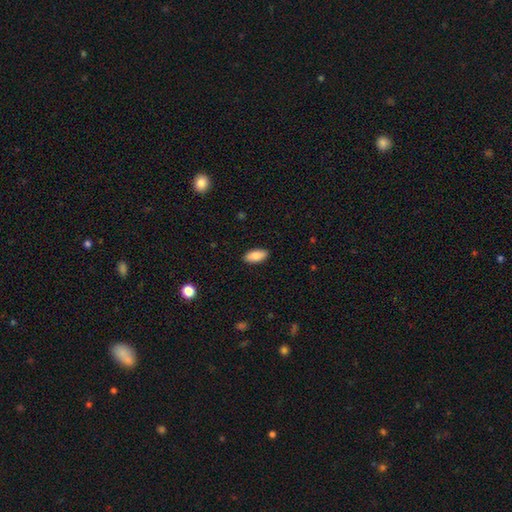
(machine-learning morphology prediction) Overall: smooth (86%). How rounded: in between (90%). Merging: none (89%).